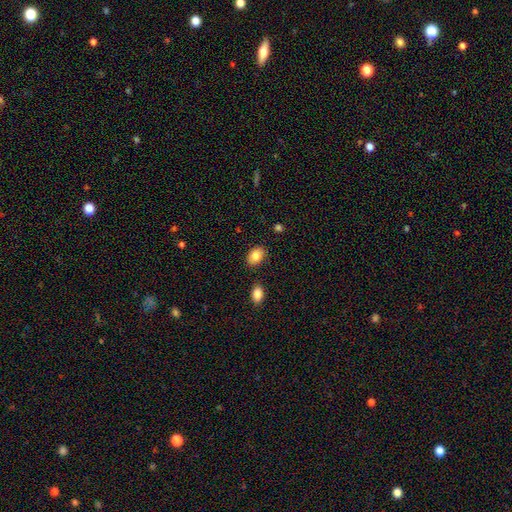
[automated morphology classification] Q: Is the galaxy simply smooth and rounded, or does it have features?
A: smooth — 85%.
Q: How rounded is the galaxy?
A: in between — 80%.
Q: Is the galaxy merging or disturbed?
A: none — 84%.